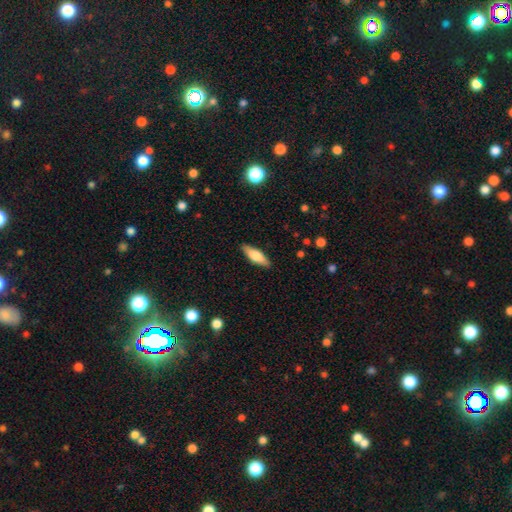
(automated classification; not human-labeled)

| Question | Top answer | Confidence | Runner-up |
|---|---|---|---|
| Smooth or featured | smooth | 70% | featured or disk (24%) |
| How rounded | in between | 56% | cigar-shaped (42%) |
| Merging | none | 88% | minor disturbance (9%) |